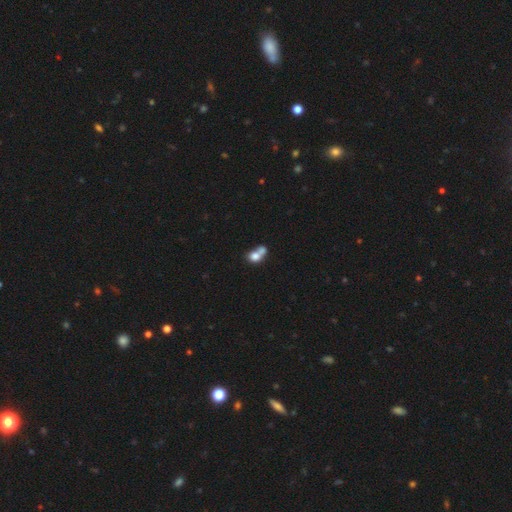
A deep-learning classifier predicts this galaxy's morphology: Smooth or featured?
  - smooth: 73% *
  - featured or disk: 17%
  - star or artifact: 10%
How rounded?
  - in between: 49% * (tied)
  - round: 49% * (tied)
  - cigar-shaped: 2%
Merging?
  - merger: 65% *
  - none: 22%
  - minor disturbance: 8%
  - major disturbance: 6%